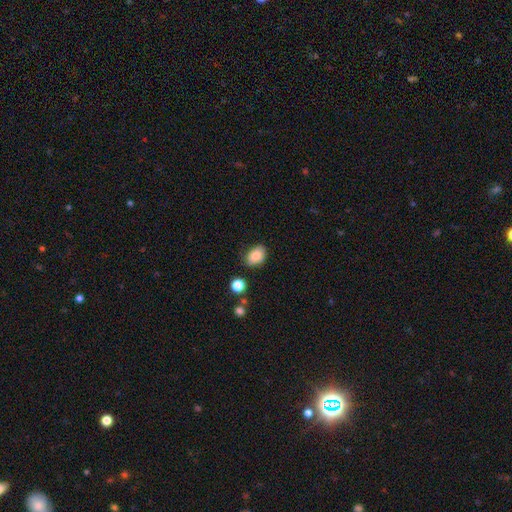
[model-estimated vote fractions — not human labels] Smooth or featured: smooth — 84% (star or artifact — 9%)
How rounded: in between — 80% (round — 19%)
Merging: none — 81% (minor disturbance — 14%)